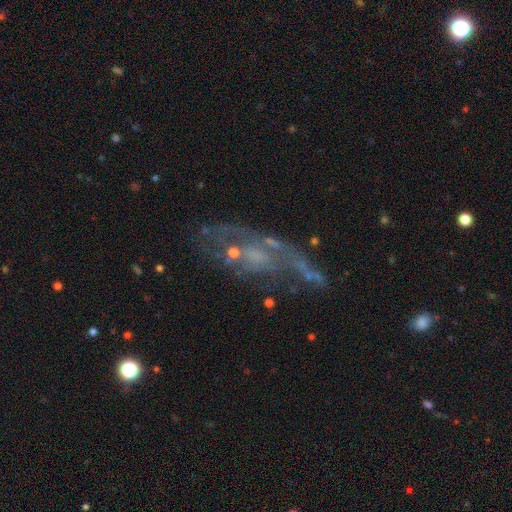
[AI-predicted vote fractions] Smooth or featured: featured or disk — 67% (smooth — 19%)
Edge-on disk: no — 90% (yes — 10%)
Bar: no — 76% (weak — 18%)
Spiral arms: no — 61% (yes — 39%)
Bulge size: none — 45% (small — 35%)
Merging: major disturbance — 36% (none — 34%)